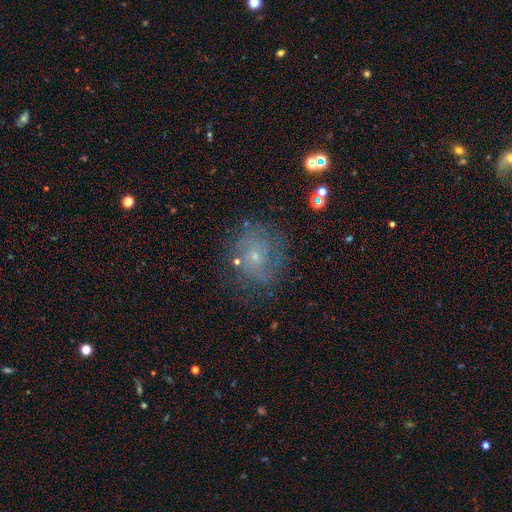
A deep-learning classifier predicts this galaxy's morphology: A featured or disk galaxy (59%) with no bar (75%), spiral arms (82%) and a small central bulge (75%). Merging: none (73%).